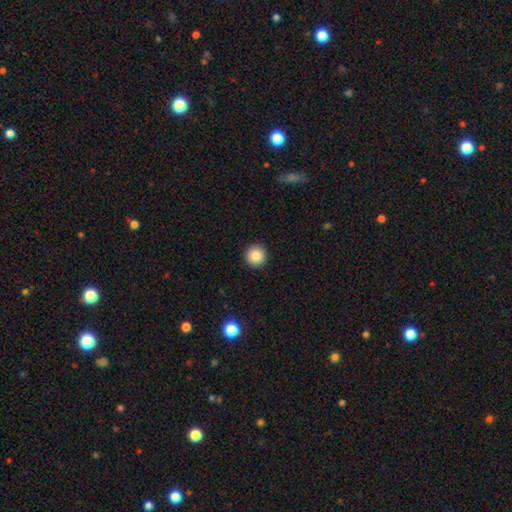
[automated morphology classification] smooth 86%, star or artifact 9%, featured or disk 5%. Down the decision tree: how rounded — round (96%); merging — none (93%).